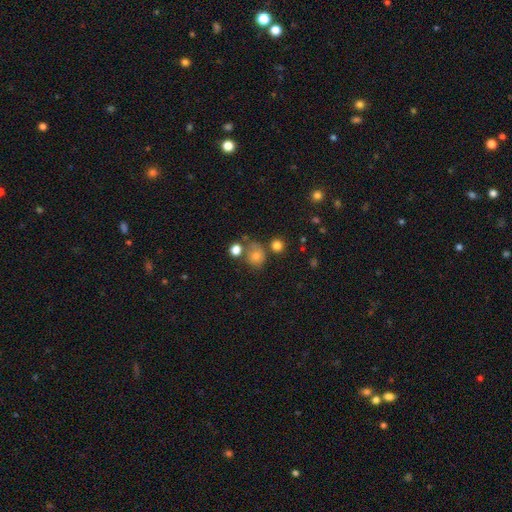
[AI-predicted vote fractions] Smooth or featured?
  - smooth: 70% *
  - star or artifact: 19%
  - featured or disk: 11%
How rounded?
  - round: 79% *
  - in between: 20%
  - cigar-shaped: 1%
Merging?
  - none: 63% *
  - merger: 16%
  - minor disturbance: 14%
  - major disturbance: 7%